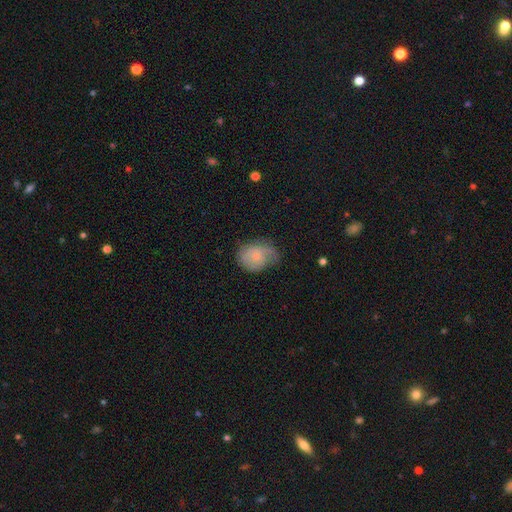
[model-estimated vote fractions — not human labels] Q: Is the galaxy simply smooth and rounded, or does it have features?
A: smooth — 55%.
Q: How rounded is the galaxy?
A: in between — 60%.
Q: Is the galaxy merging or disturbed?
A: none — 45%.